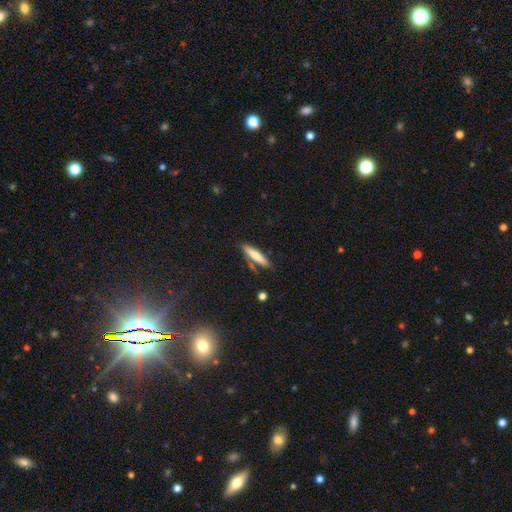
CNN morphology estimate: This is likely a smooth galaxy (72%). How rounded: clearly cigar-shaped (84%). Merging: likely none (75%).